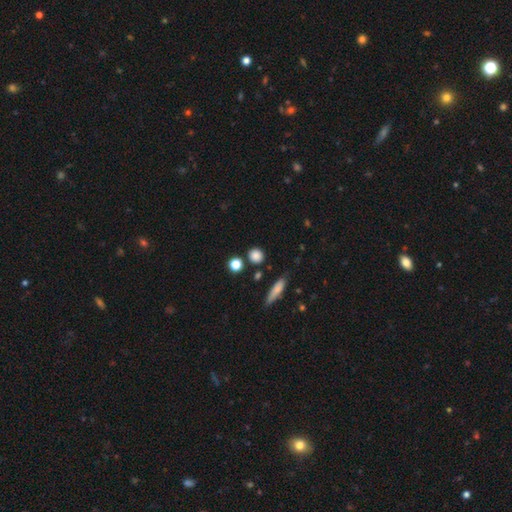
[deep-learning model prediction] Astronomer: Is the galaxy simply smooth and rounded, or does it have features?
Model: smooth — 84%.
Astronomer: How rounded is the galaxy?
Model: round — 86%.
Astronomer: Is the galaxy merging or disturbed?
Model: none — 83%.